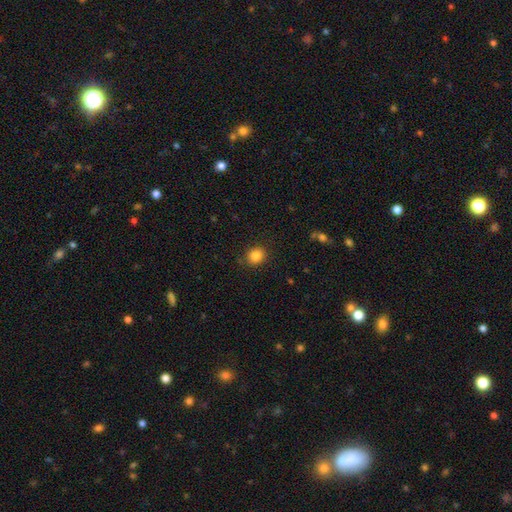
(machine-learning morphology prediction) A smooth galaxy with no disk features (84%) that is round (76%).

Vote fractions:
- Smooth or featured? smooth: 84% / star or artifact: 11% / featured or disk: 5%
- How rounded? round: 76% / in between: 23% / cigar-shaped: 1%
- Merging? none: 88% / minor disturbance: 8% / major disturbance: 2% / merger: 1%